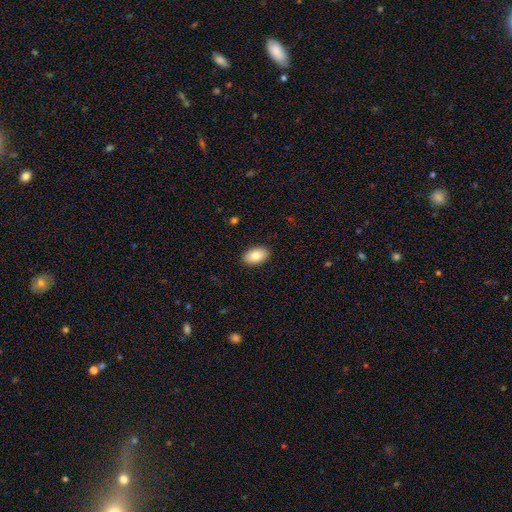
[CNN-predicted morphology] A smooth galaxy with no disk features (84%) that is in between round and cigar-shaped (94%).

Vote fractions:
- Smooth or featured? smooth: 84% / featured or disk: 10% / star or artifact: 7%
- How rounded? in between: 94% / round: 5% / cigar-shaped: 1%
- Merging? none: 90% / minor disturbance: 7% / major disturbance: 2% / merger: 1%